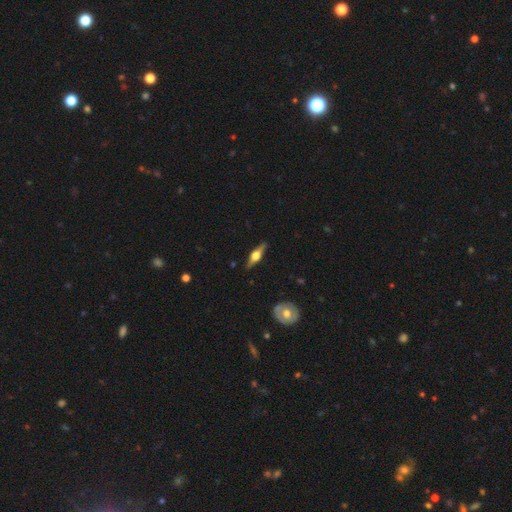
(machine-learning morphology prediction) Smooth or featured: featured or disk — 78% (smooth — 18%)
Edge-on disk: yes — 97% (no — 3%)
Edge-on bulge: rounded — 94% (boxy — 5%)
Merging: none — 89% (minor disturbance — 8%)